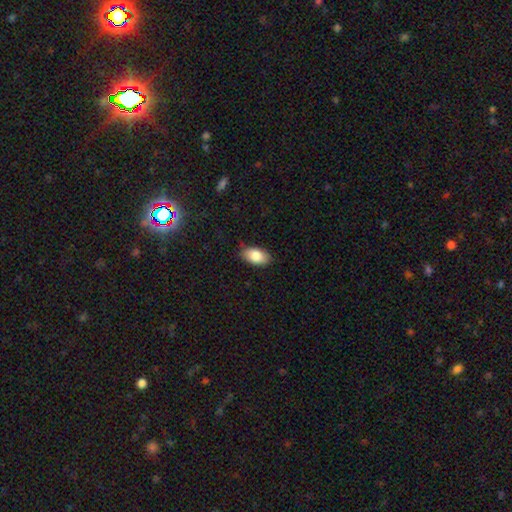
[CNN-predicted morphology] Smooth or featured? Predicted: smooth (p=0.84). How rounded? Predicted: in between (p=0.93). Merging? Predicted: none (p=0.83).